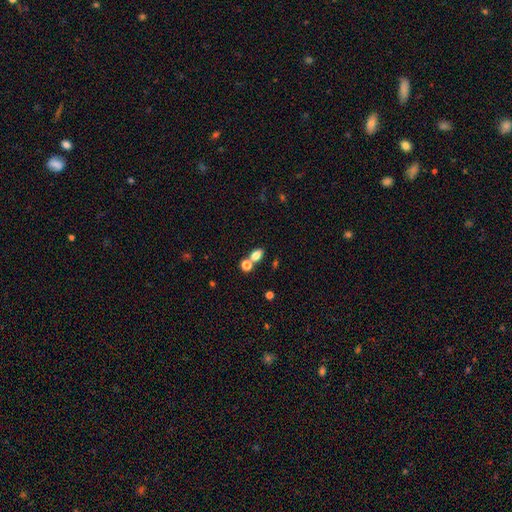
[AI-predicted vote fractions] Overall: smooth (79%). How rounded: in between (79%). Merging: none (53%; merger 34%).